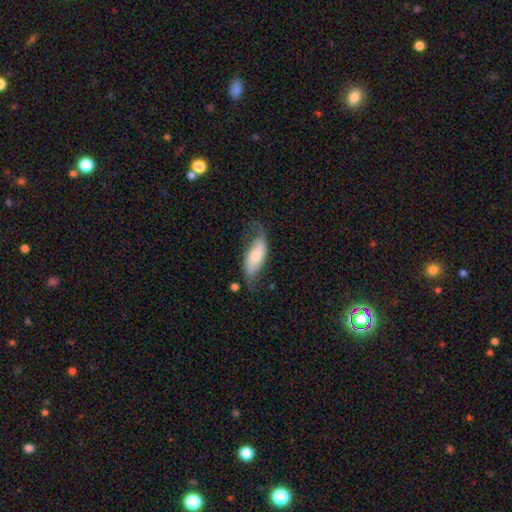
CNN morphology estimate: type=featured or disk (51%); edge-on=no (85%); merging=none (49%).